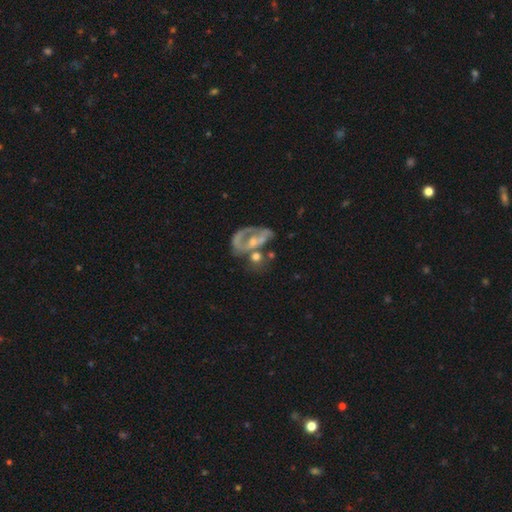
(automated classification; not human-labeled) The model was most divided on "bulge size": moderate: 47%, small: 39%, none: 7%, large: 4%, dominant: 2%. Remaining: edge-on disk — no (95%); smooth or featured — featured or disk (66%); bar — no (62%); spiral arms — no (57%); merging — merger (40%).